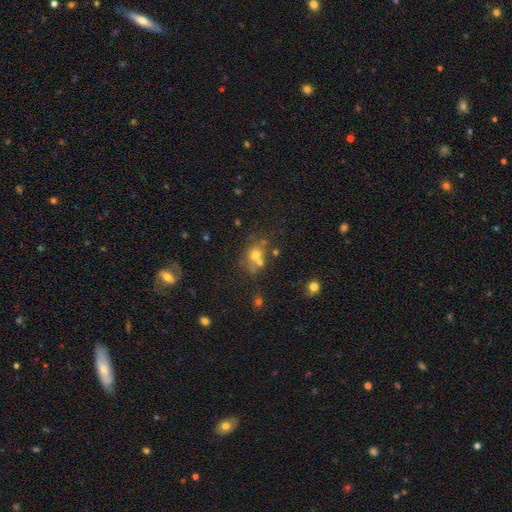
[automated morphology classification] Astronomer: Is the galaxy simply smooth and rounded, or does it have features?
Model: smooth — 60%.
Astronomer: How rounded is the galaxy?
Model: round — 66%.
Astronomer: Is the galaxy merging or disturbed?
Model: none — 46% (runner-up: merger, 35%).